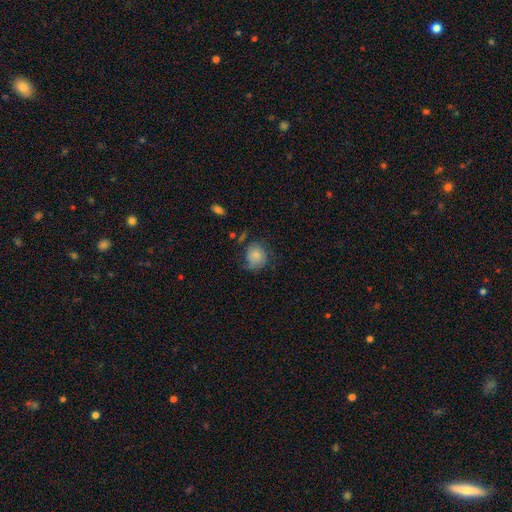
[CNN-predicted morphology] smooth 72%, featured or disk 19%, star or artifact 9%. Down the decision tree: how rounded — round (74%); merging — none (52%).